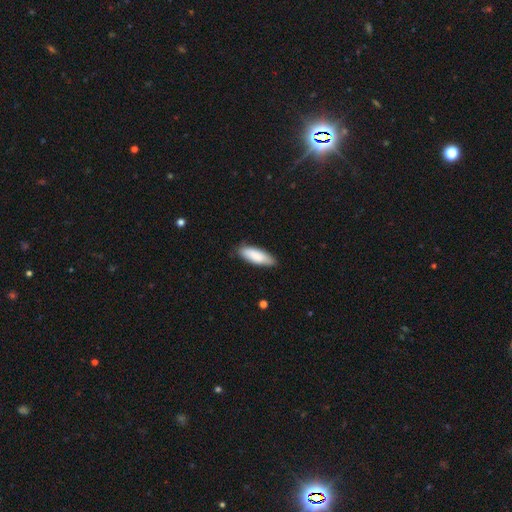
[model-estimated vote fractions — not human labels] A smooth galaxy with no disk features (86%) that is in between round and cigar-shaped (59%). Merging: none (82%).